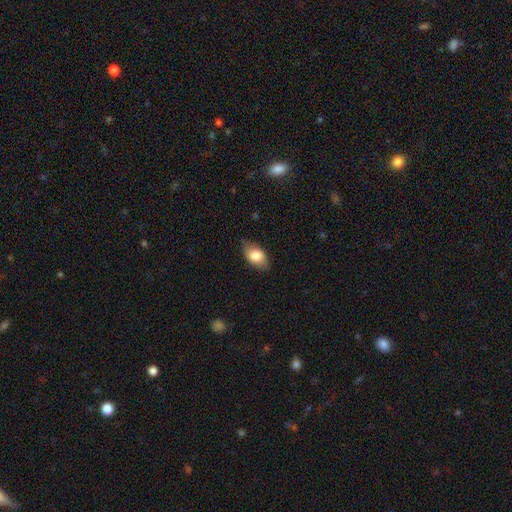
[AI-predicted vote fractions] smooth_or_featured: smooth (p=0.80) [alt: featured or disk p=0.13]
how_rounded: in between (p=0.91) [alt: round p=0.07]
merging: none (p=0.78) [alt: minor disturbance p=0.17]